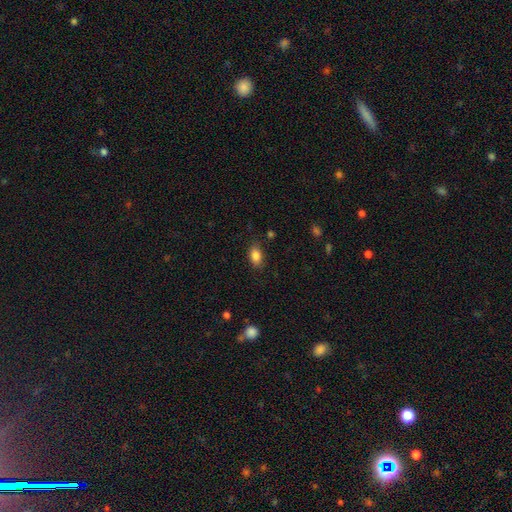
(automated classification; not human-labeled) Smooth or featured? smooth (86%)
How rounded? in between (87%)
Merging? none (83%)